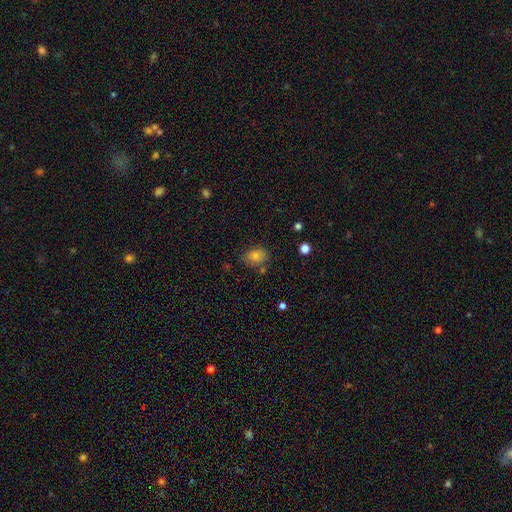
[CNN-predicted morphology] type=smooth (78%); roundness=in between (55%); merging=none (77%).